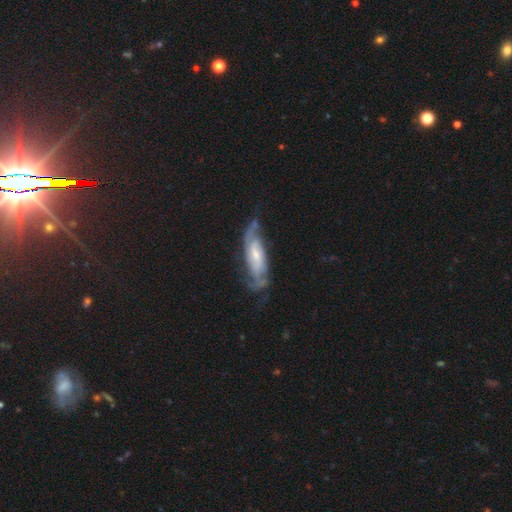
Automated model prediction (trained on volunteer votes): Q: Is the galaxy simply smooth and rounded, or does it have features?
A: featured or disk — 78%.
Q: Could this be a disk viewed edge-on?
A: no — 84%.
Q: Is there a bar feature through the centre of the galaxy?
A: no — 52%.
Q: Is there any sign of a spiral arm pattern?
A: yes — 91%.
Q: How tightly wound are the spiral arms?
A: medium — 42%.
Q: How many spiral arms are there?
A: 2 — 57%.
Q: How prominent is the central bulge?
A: small — 49%.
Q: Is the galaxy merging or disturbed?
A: none — 59%.